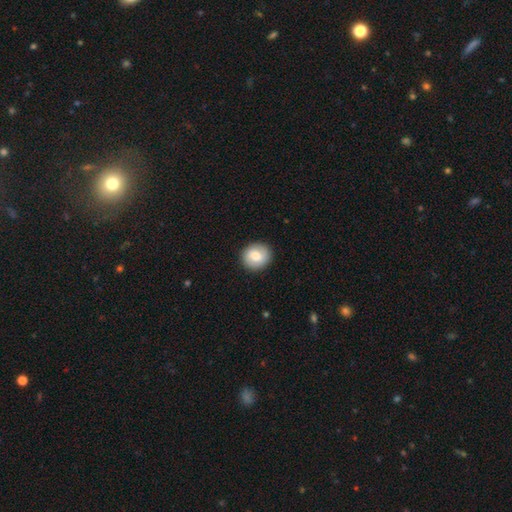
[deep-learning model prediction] smooth-or-featured: smooth: 73% | featured or disk: 19% | star or artifact: 7%
  how-rounded: round: 86% | in between: 13% | cigar-shaped: 1%
  merging: none: 90% | minor disturbance: 7% | major disturbance: 2% | merger: 1%